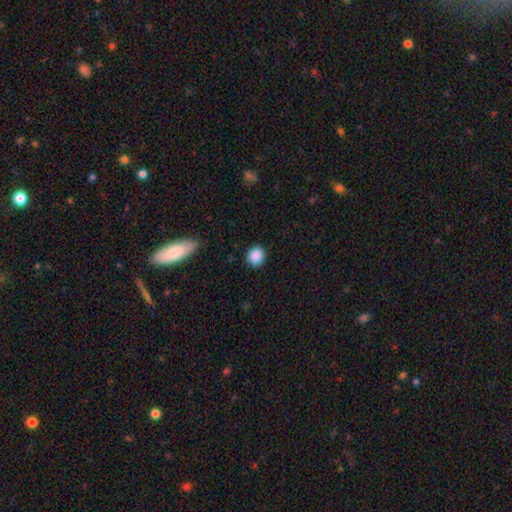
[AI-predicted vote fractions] A smooth galaxy with no disk features (88%) that is round (90%).

Vote fractions:
- Smooth or featured? smooth: 88% / star or artifact: 9% / featured or disk: 3%
- How rounded? round: 90% / in between: 9% / cigar-shaped: 1%
- Merging? none: 90% / minor disturbance: 7% / major disturbance: 2% / merger: 1%